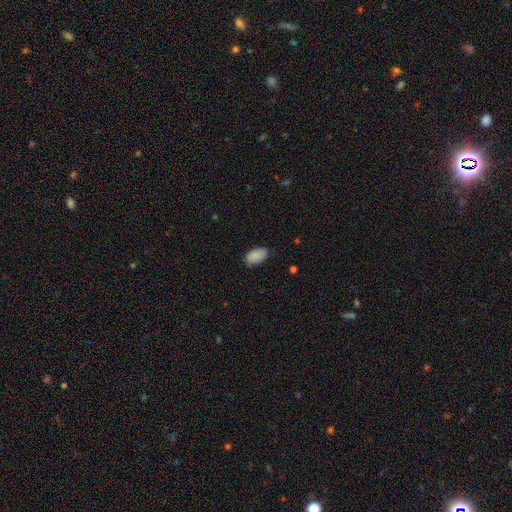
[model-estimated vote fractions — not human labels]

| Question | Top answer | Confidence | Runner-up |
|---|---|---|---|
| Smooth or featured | smooth | 89% | star or artifact (7%) |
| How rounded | in between | 95% | round (3%) |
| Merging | none | 79% | minor disturbance (17%) |